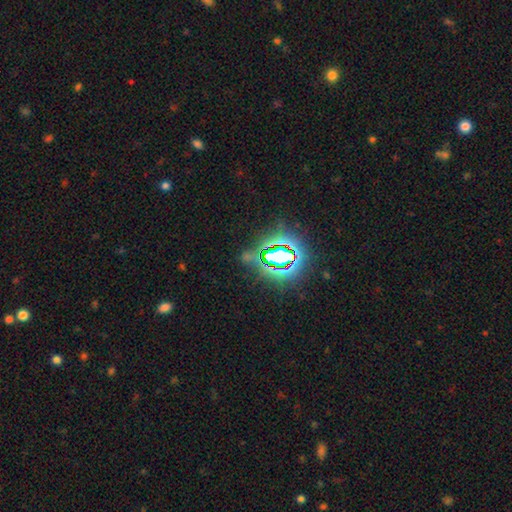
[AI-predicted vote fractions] A star or artifact, not a galaxy (80%).

Vote fractions:
- Smooth or featured? star or artifact: 80% / smooth: 11% / featured or disk: 8%